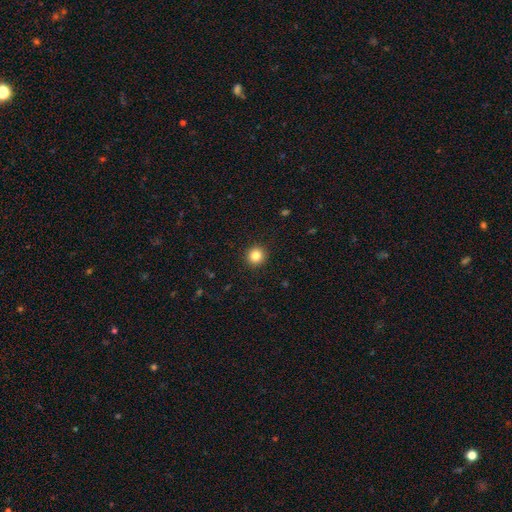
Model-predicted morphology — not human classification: A smooth galaxy with no disk features (84%) that is round (93%). Merging: none (92%).